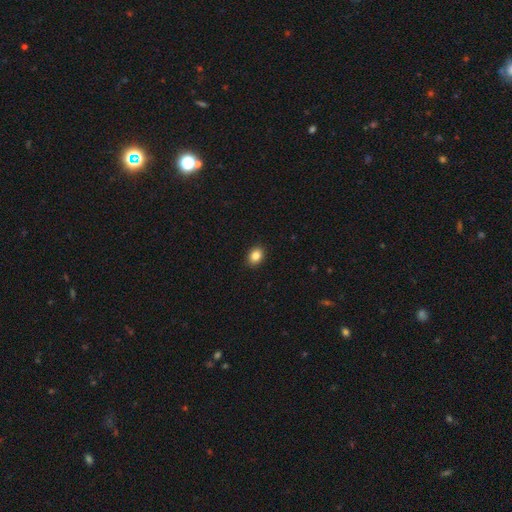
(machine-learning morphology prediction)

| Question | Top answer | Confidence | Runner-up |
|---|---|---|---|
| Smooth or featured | smooth | 85% | star or artifact (10%) |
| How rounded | in between | 54% | round (45%) |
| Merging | none | 90% | minor disturbance (7%) |